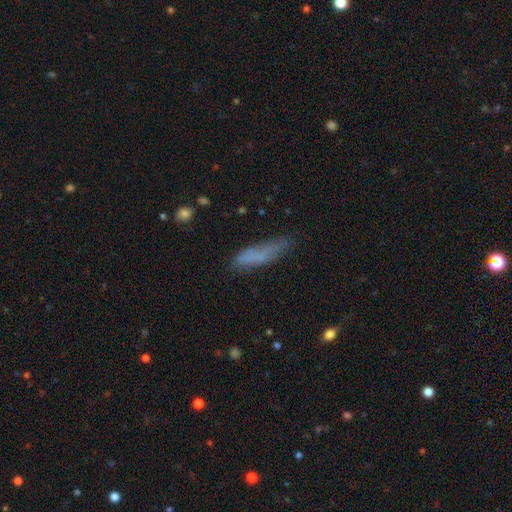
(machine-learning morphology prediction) smooth-or-featured: smooth: 69% | featured or disk: 21% | star or artifact: 10%
  how-rounded: cigar-shaped: 68% | in between: 30% | round: 2%
  merging: none: 57% | minor disturbance: 28% | major disturbance: 12% | merger: 3%